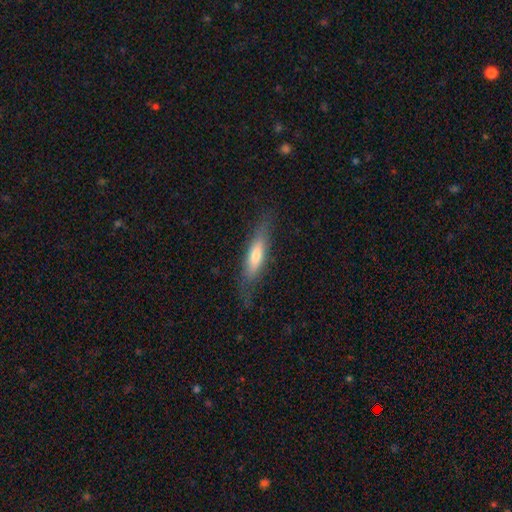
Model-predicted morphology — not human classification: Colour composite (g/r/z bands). It shows a smooth galaxy with no disk features (56%) that is cigar-shaped (74%). Merging: none (76%).